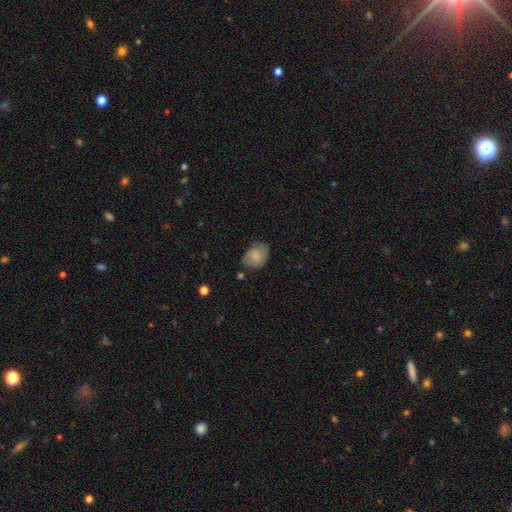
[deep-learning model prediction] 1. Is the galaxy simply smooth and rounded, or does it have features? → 67% smooth, 24% featured or disk, 8% star or artifact.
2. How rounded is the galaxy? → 62% in between, 37% round, 1% cigar-shaped.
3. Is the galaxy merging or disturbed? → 61% none, 28% minor disturbance, 8% major disturbance, 3% merger.